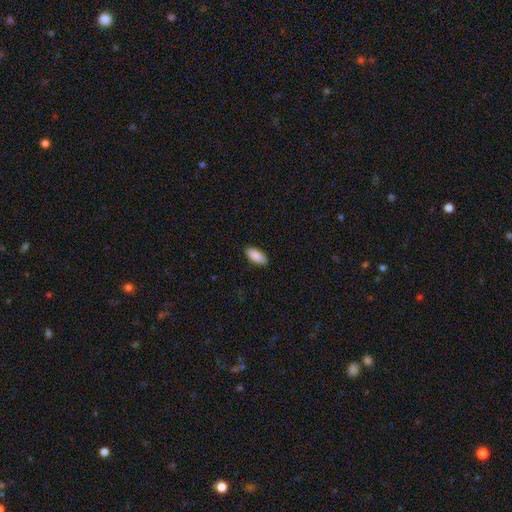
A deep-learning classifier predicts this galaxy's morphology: type=smooth (88%); roundness=in between (85%); merging=none (89%).